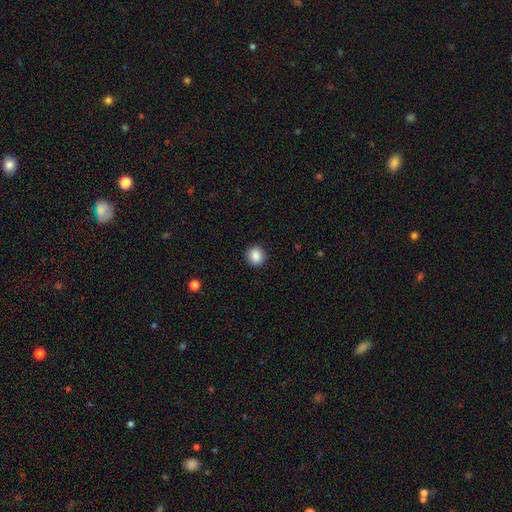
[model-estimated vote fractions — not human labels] The model was most divided on "how rounded": round: 87%, in between: 12%, cigar-shaped: 1%. More confident: merging — none (91%); smooth or featured — smooth (88%).